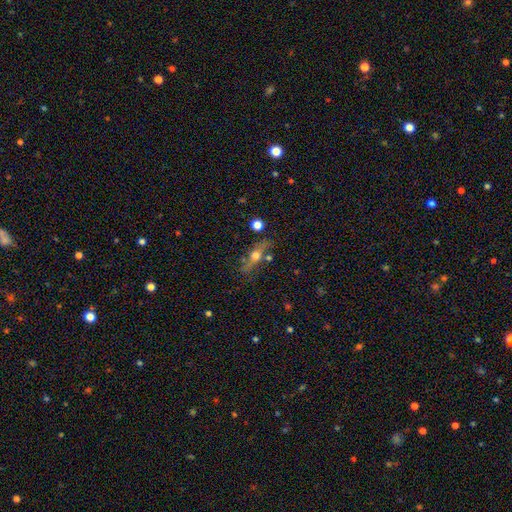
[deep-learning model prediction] Smooth or featured?
  - featured or disk: 46% *
  - smooth: 44%
  - star or artifact: 10%
Merging?
  - none: 69% *
  - minor disturbance: 16%
  - merger: 9%
  - major disturbance: 6%